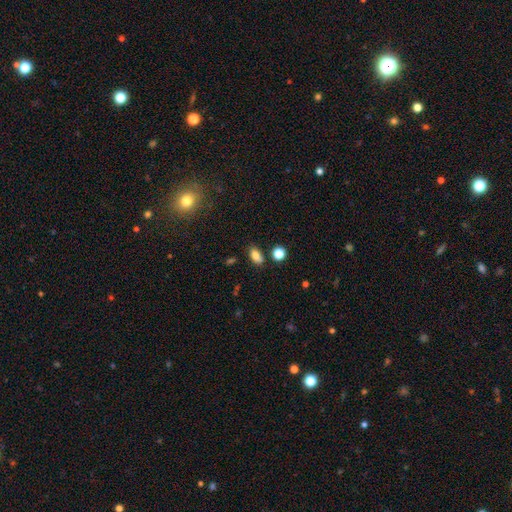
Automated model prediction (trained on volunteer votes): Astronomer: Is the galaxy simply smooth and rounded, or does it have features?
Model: smooth — 80%.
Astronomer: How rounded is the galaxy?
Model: in between — 84%.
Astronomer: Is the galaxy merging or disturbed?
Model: none — 73%.